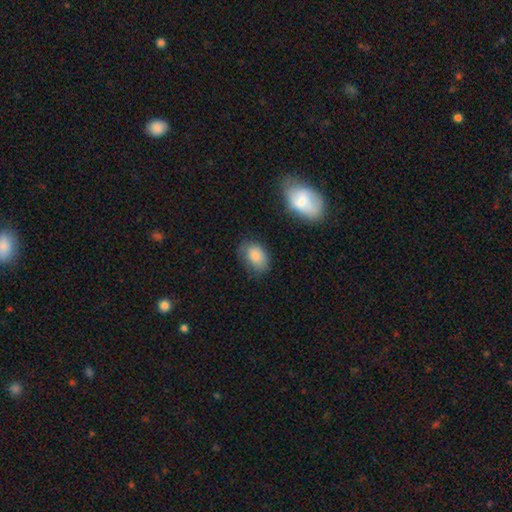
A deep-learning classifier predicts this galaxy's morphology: Overall: smooth (81%). How rounded: in between (83%). Merging: none (60%; minor disturbance 28%).